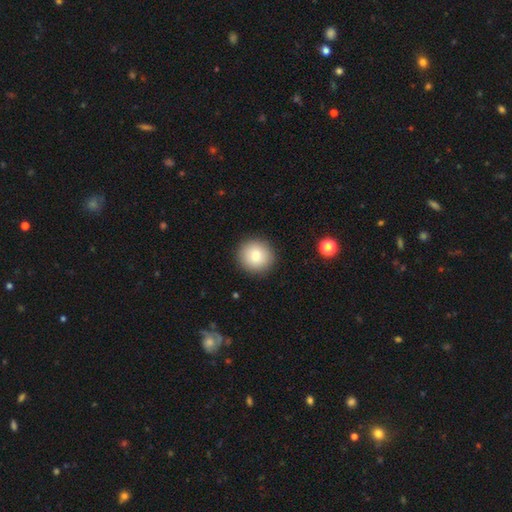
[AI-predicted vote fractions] A smooth galaxy with no disk features (85%) that is round (93%). Merging: none (91%).